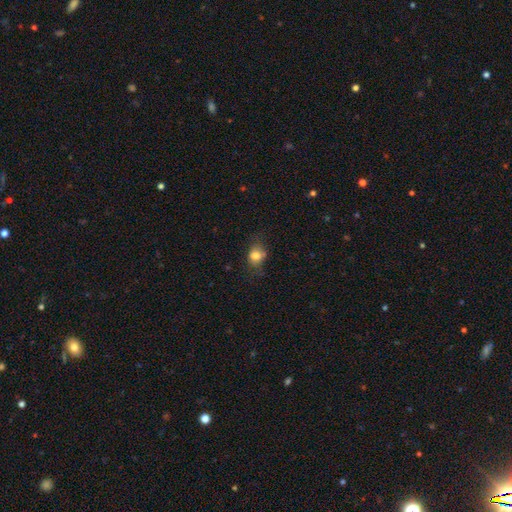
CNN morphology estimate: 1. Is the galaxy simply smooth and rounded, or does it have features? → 79% smooth, 11% featured or disk, 10% star or artifact.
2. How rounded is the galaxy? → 50% round, 48% in between, 1% cigar-shaped.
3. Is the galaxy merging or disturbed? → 62% none, 26% minor disturbance, 9% major disturbance, 3% merger.